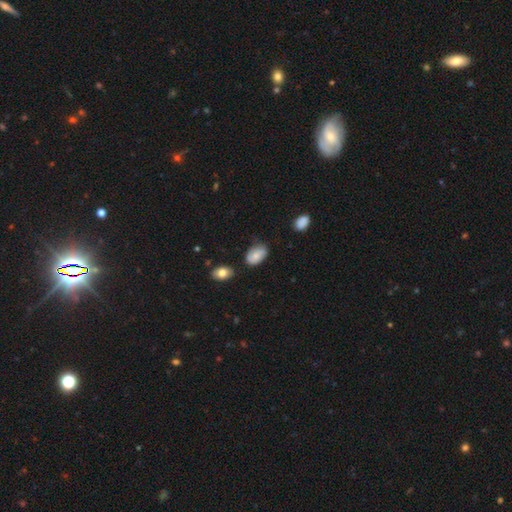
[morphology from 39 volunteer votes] Overall: smooth (82%). How rounded: in between (88%). Merging: none (64%).